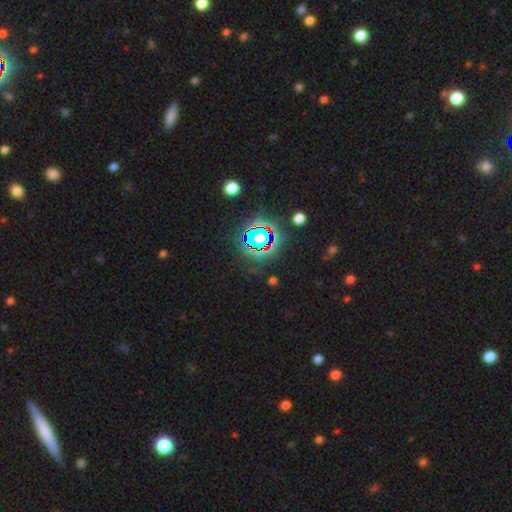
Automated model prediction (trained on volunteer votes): star or artifact 80%, smooth 12%, featured or disk 8%.